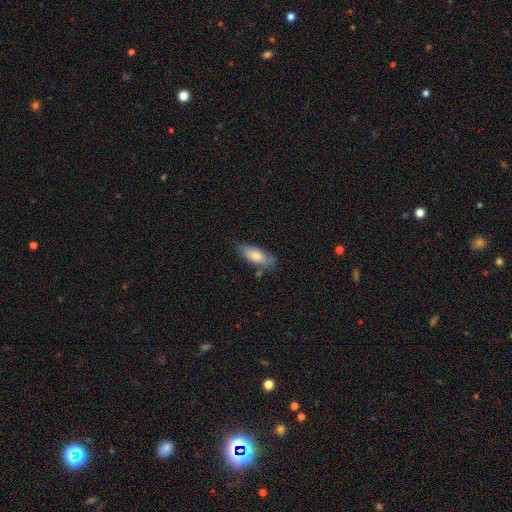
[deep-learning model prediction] A smooth galaxy with no disk features (77%) that is in between round and cigar-shaped (81%).

Vote fractions:
- Smooth or featured? smooth: 77% / featured or disk: 17% / star or artifact: 6%
- How rounded? in between: 81% / cigar-shaped: 17% / round: 2%
- Merging? none: 69% / minor disturbance: 23% / major disturbance: 5% / merger: 4%